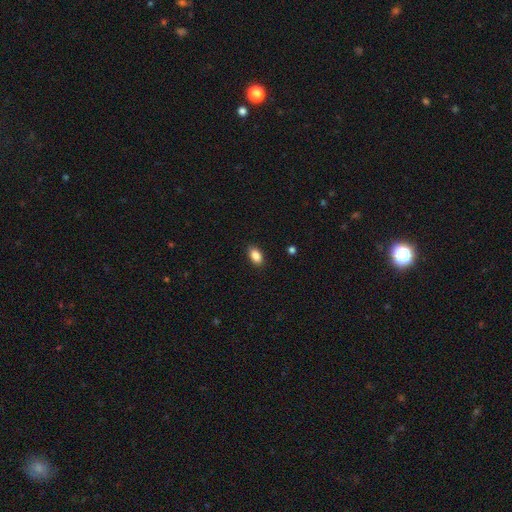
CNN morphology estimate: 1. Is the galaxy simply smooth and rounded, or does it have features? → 87% smooth, 8% star or artifact, 5% featured or disk.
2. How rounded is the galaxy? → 91% in between, 7% round, 2% cigar-shaped.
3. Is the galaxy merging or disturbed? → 89% none, 8% minor disturbance, 2% major disturbance, 1% merger.